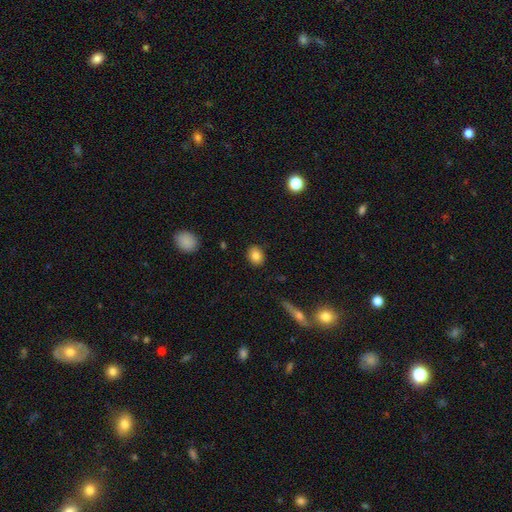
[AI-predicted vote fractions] This appears to be a smooth galaxy with no disk features (83%) that is round (53%). Merging: none (88%).